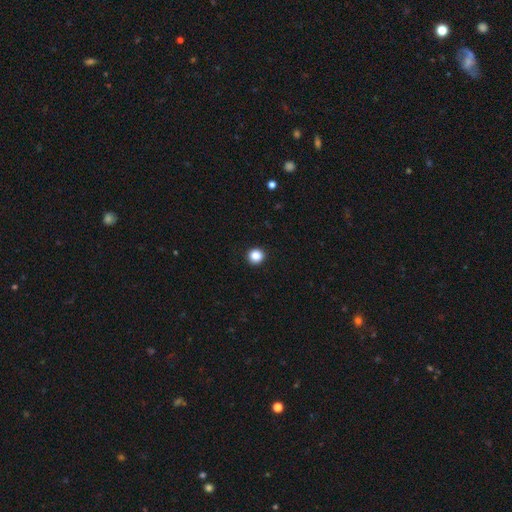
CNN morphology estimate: This appears to be a smooth galaxy with no disk features (86%) that is round (94%). Merging: none (94%).